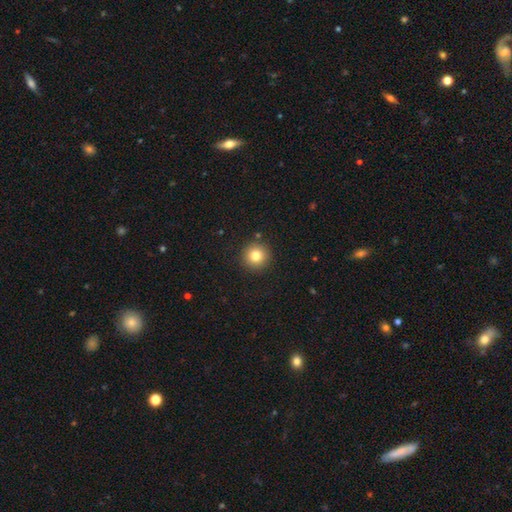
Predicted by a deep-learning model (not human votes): Smooth or featured: smooth — 80% (star or artifact — 12%)
How rounded: round — 96% (in between — 3%)
Merging: none — 90% (minor disturbance — 6%)